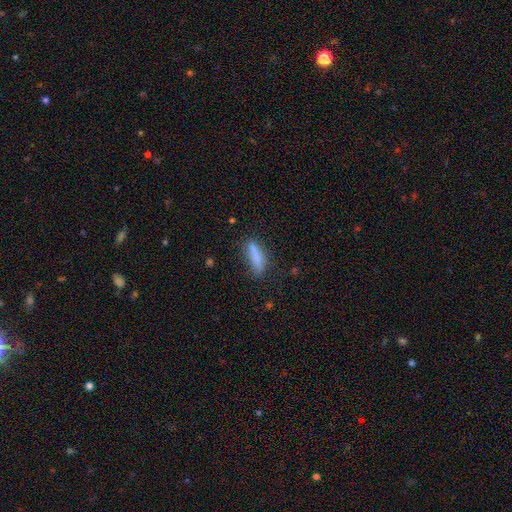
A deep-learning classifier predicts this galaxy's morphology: type=smooth (80%); roundness=cigar-shaped (68%); merging=none (71%).